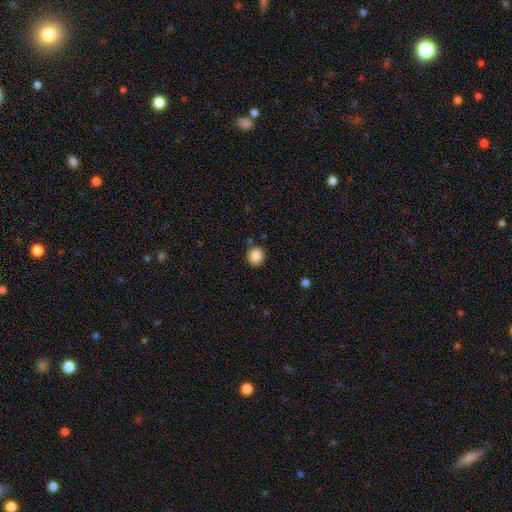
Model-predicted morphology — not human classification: A smooth galaxy with no disk features (87%) that is round (92%).

Vote fractions:
- Smooth or featured? smooth: 87% / star or artifact: 9% / featured or disk: 4%
- How rounded? round: 92% / in between: 7% / cigar-shaped: 1%
- Merging? none: 87% / minor disturbance: 8% / merger: 3% / major disturbance: 2%